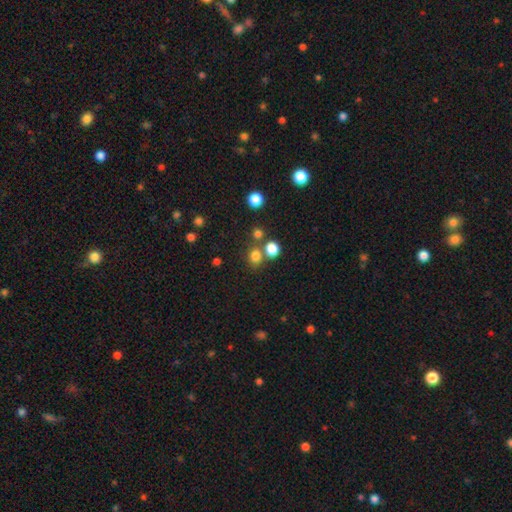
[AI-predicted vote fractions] This is likely a smooth galaxy (77%). How rounded: likely round (76%). Merging: likely none (66%).